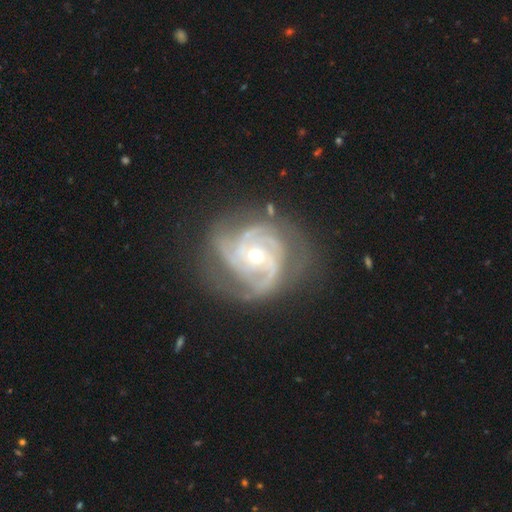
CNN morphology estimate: Smooth or featured?
  - featured or disk: 92% *
  - star or artifact: 5%
  - smooth: 3%
Edge-on disk?
  - no: 98% *
  - yes: 2%
Bar?
  - no: 65% *
  - weak: 26%
  - strong: 9%
Spiral arms?
  - yes: 98% *
  - no: 2%
Spiral winding?
  - tight: 58% *
  - medium: 37%
  - loose: 5%
Spiral arm count?
  - 3: 52% *
  - 2: 15%
  - 4: 14%
  - can't tell: 9%
  - more than 4: 5%
  - 1: 5%
Bulge size?
  - moderate: 49% *
  - small: 47%
  - large: 2%
  - none: 1%
  - dominant: 1%
Merging?
  - none: 71% *
  - minor disturbance: 18%
  - major disturbance: 9%
  - merger: 1%